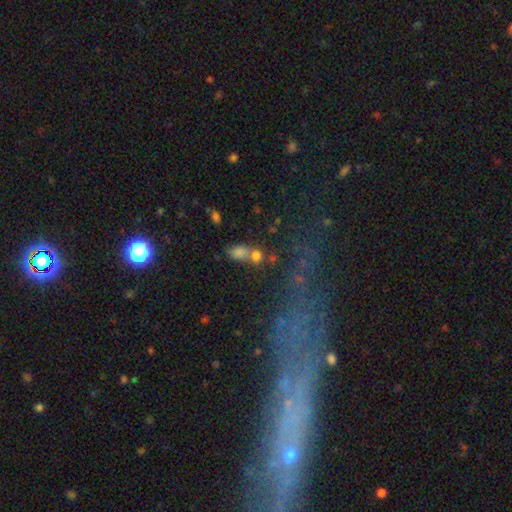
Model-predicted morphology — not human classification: The model was most divided on "how rounded": in between: 49%, round: 46%, cigar-shaped: 5%. Remaining: smooth or featured — smooth (71%); merging — merger (44%).